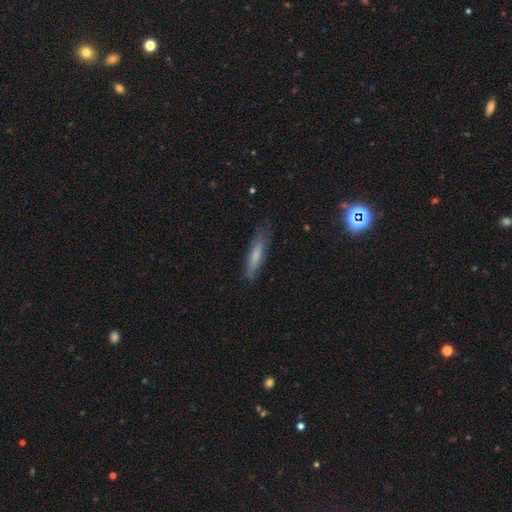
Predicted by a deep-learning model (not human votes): Morphology: type=smooth (60%); roundness=cigar-shaped (81%); merging=none (72%).